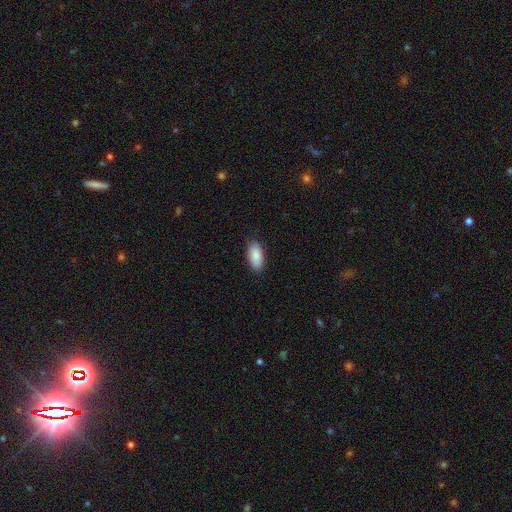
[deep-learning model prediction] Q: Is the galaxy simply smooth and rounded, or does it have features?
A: smooth — 88%.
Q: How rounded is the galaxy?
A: in between — 92%.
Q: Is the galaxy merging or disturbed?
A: none — 84%.